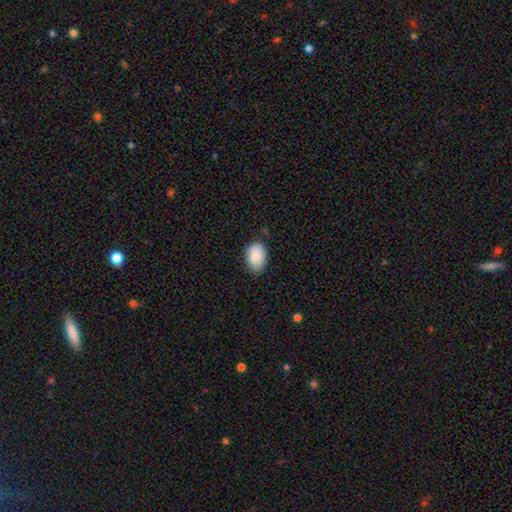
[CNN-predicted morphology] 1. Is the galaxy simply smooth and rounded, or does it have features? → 87% smooth, 7% star or artifact, 6% featured or disk.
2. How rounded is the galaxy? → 86% in between, 13% round, 1% cigar-shaped.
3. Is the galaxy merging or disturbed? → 78% none, 18% minor disturbance, 3% major disturbance, 1% merger.